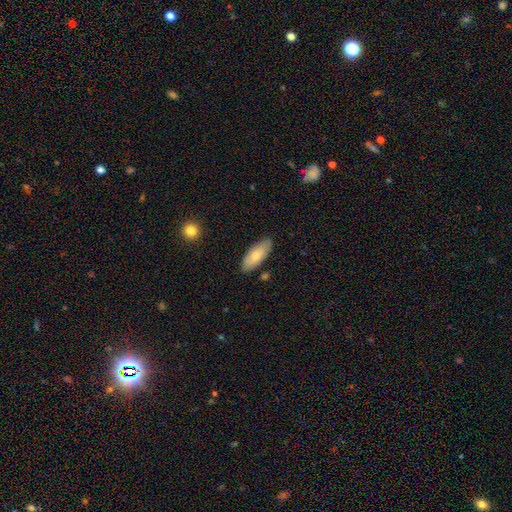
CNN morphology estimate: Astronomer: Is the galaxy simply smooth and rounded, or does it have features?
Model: smooth — 75%.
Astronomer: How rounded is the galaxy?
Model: in between — 81%.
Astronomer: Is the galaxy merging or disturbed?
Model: none — 82%.